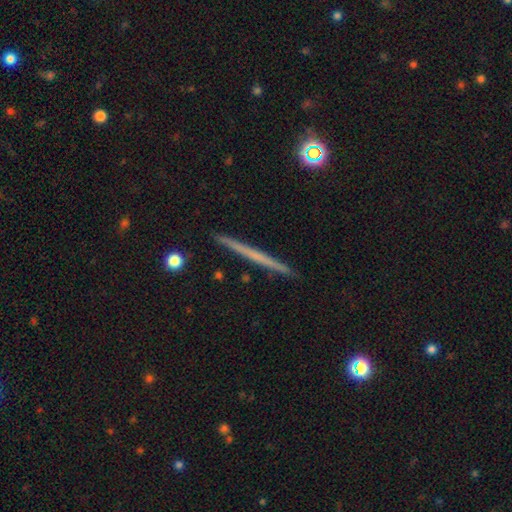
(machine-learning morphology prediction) type=featured or disk (53%); edge-on=yes (98%); edge-on bulge=none (91%); merging=none (93%).